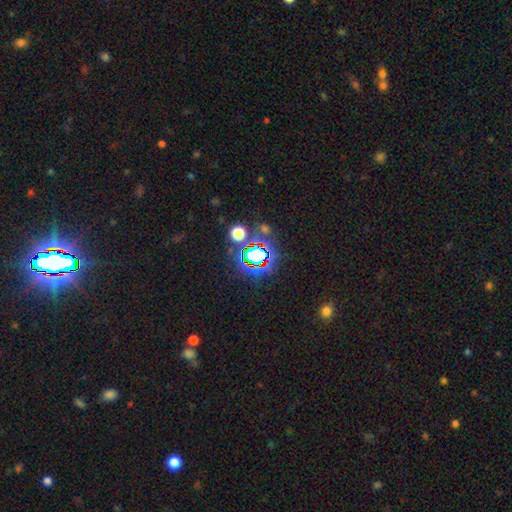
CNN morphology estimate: Smooth or featured: star or artifact — 65% (smooth — 23%)